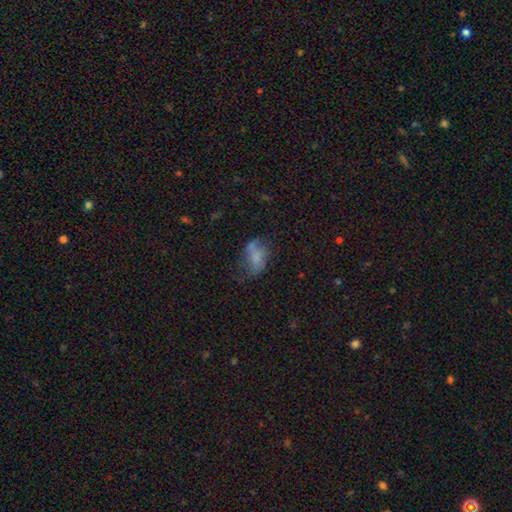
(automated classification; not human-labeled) smooth_or_featured: smooth (p=0.59) [alt: featured or disk p=0.28]
how_rounded: in between (p=0.86) [alt: round p=0.11]
merging: none (p=0.37) [alt: minor disturbance p=0.28]